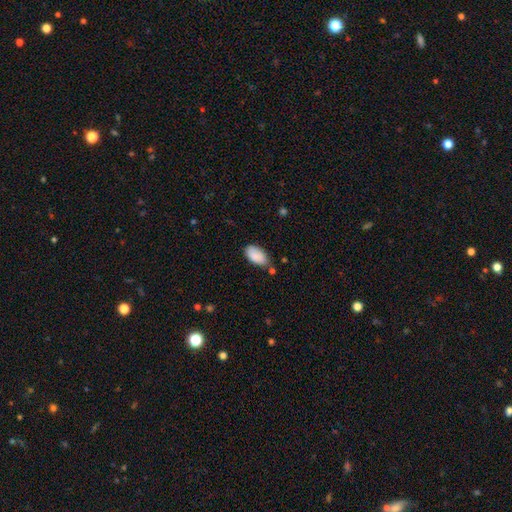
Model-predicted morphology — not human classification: Smooth or featured? Predicted: smooth (p=0.89). How rounded? Predicted: in between (p=0.95). Merging? Predicted: none (p=0.66).